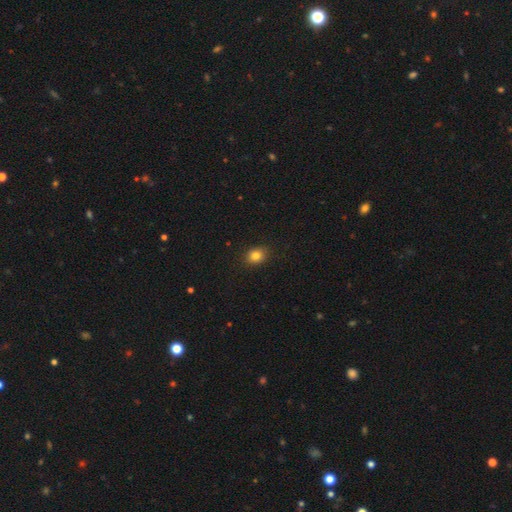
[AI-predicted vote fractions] A smooth galaxy with no disk features (83%) that is round (55%). Merging: none (89%).